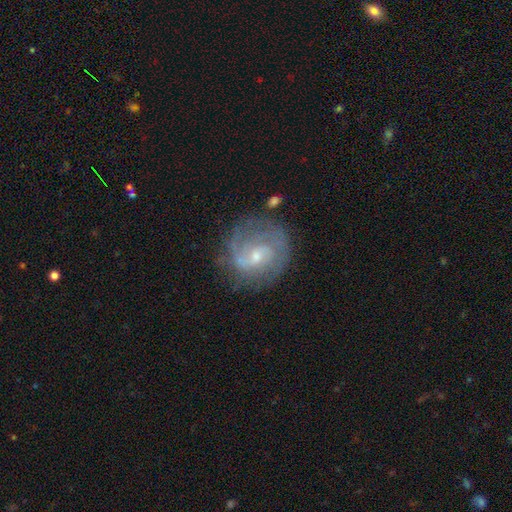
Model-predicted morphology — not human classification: Overall: featured or disk (83%). Edge-on disk: no (98%). Bar: weak (49%; no 43%). Spiral arms: yes (94%). Spiral arm count: 2 (52%; can't tell 23%). Spiral winding: tight (43%; medium 42%). Bulge size: small (60%; moderate 35%). Merging: none (70%).